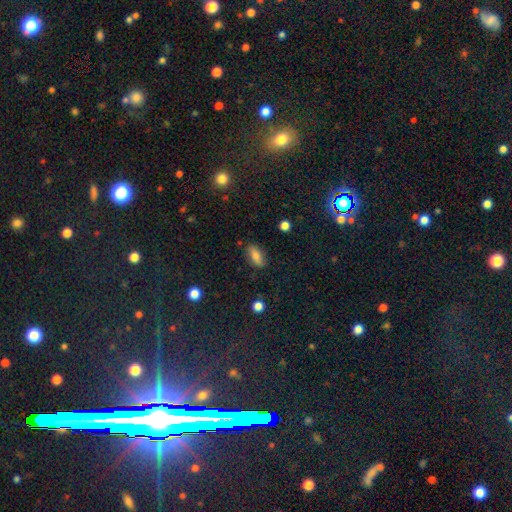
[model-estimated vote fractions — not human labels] Overall: smooth (78%). How rounded: in between (78%). Merging: none (84%).